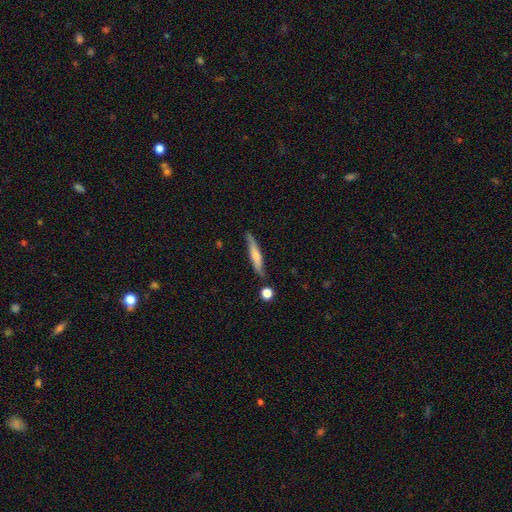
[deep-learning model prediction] Smooth or featured? Predicted: smooth (p=0.50). How rounded? Predicted: cigar-shaped (p=0.89). Merging? Predicted: none (p=0.71).